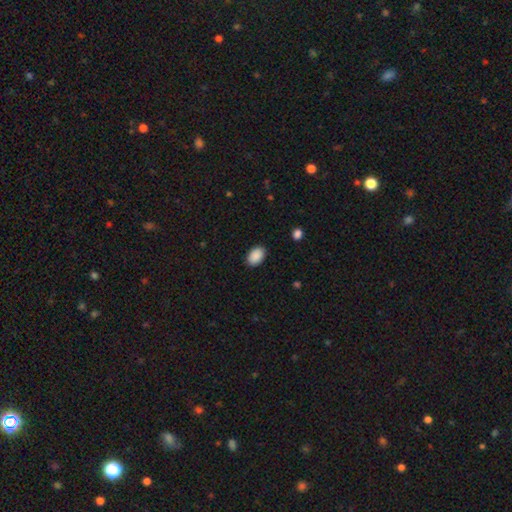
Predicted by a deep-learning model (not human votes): smooth 91%, star or artifact 7%, featured or disk 2%. Down the decision tree: how rounded — in between (88%); merging — none (89%).